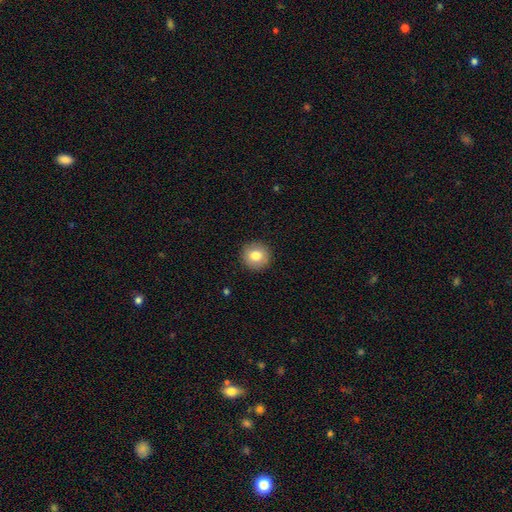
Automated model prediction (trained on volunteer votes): A smooth galaxy with no disk features (80%) that is round (94%).

Vote fractions:
- Smooth or featured? smooth: 80% / featured or disk: 11% / star or artifact: 9%
- How rounded? round: 94% / in between: 5% / cigar-shaped: 1%
- Merging? none: 92% / minor disturbance: 6% / major disturbance: 2% / merger: 1%